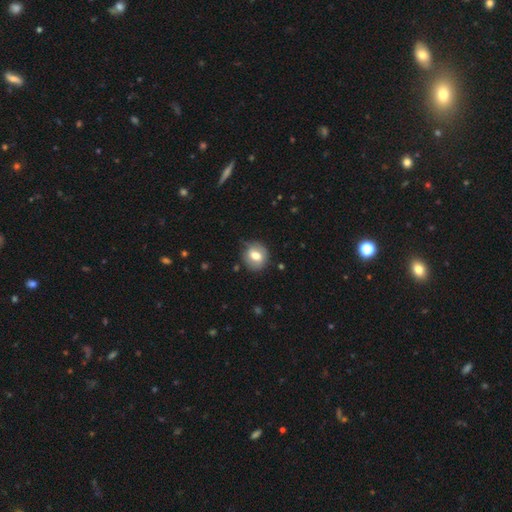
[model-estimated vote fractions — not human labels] This appears to be a smooth galaxy with no disk features (65%) that is round (74%). Merging: none (78%).